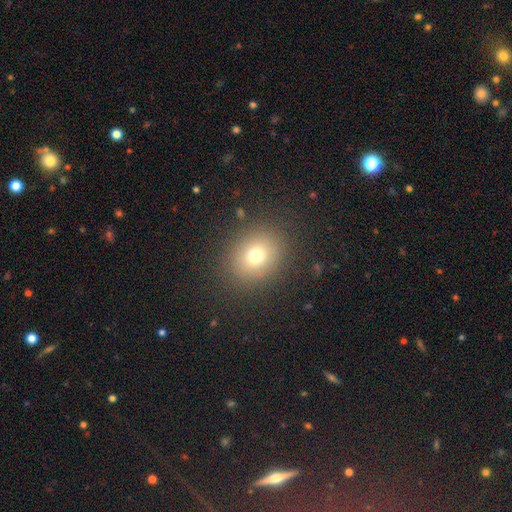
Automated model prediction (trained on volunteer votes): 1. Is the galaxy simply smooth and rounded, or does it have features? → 73% smooth, 15% star or artifact, 12% featured or disk.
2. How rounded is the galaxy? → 60% round, 39% in between, 1% cigar-shaped.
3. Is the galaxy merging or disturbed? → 86% none, 9% minor disturbance, 4% major disturbance, 1% merger.